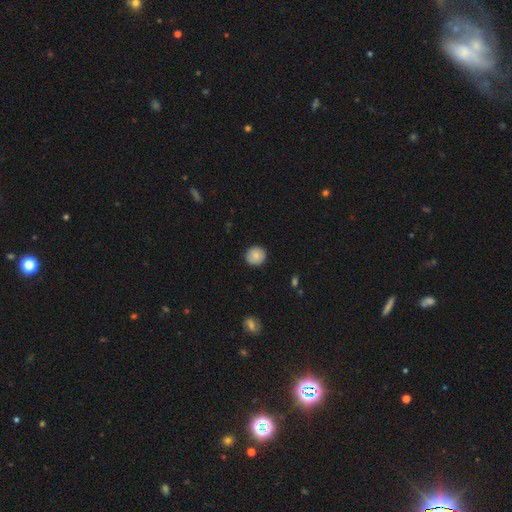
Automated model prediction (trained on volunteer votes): Overall: smooth (79%). How rounded: round (92%). Merging: none (88%).